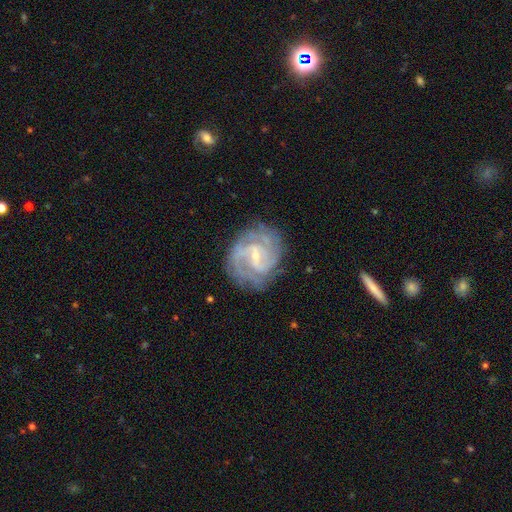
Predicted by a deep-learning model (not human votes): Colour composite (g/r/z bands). It shows a featured or disk galaxy (88%) with a weak bar (56%), 2 (46%) tight (50%) spiral arms (96%) and a small central bulge (75%). Merging: none (73%).